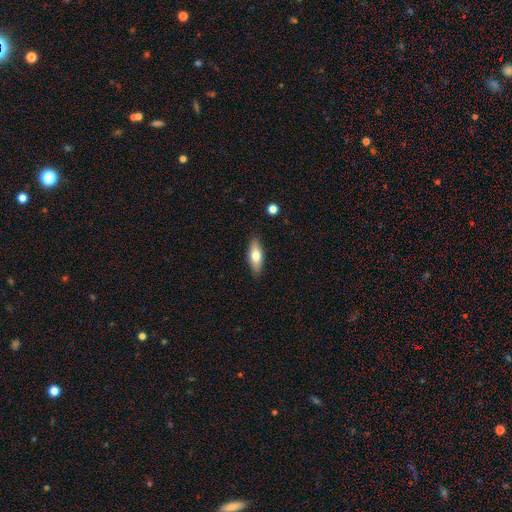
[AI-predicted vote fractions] The model was most divided on "how rounded": in between: 68%, cigar-shaped: 29%, round: 3%. More confident: merging — none (87%); smooth or featured — smooth (69%).